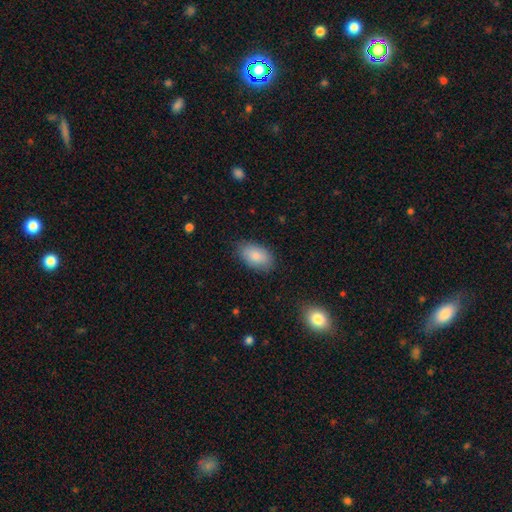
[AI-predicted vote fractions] Smooth or featured: smooth — 86% (featured or disk — 8%)
How rounded: in between — 93% (round — 5%)
Merging: none — 83% (minor disturbance — 13%)